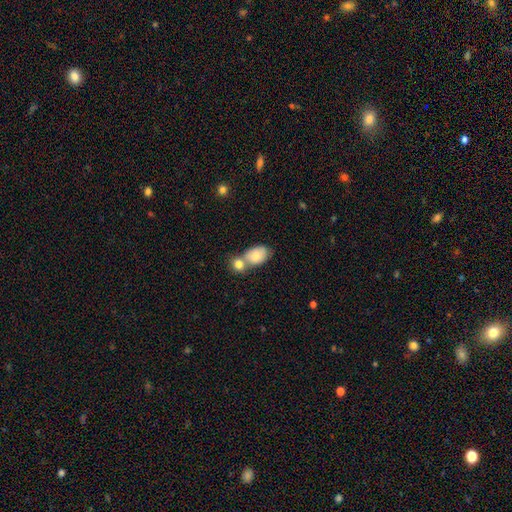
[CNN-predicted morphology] This is likely a smooth galaxy (79%). How rounded: clearly in between (83%). Merging: possibly merger (58%).